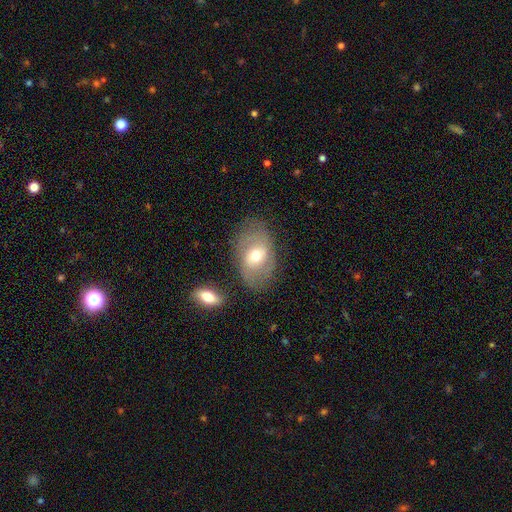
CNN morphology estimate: smooth-or-featured: featured or disk: 51% | smooth: 41% | star or artifact: 8%
  disk-edge-on: no: 92% | yes: 8%
  merging: none: 69% | minor disturbance: 19% | major disturbance: 8% | merger: 4%